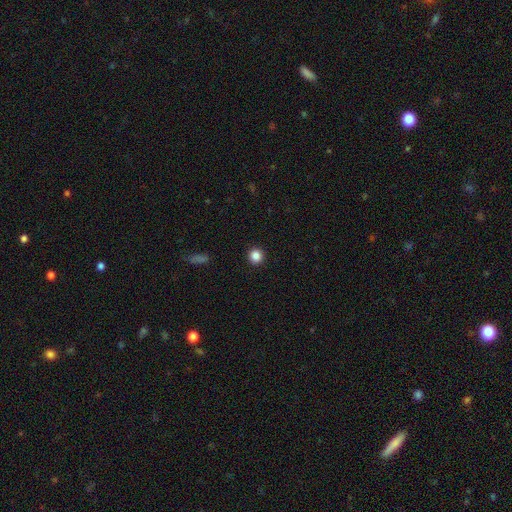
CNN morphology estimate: This is clearly a smooth galaxy (86%). How rounded: clearly round (94%). Merging: clearly none (93%).